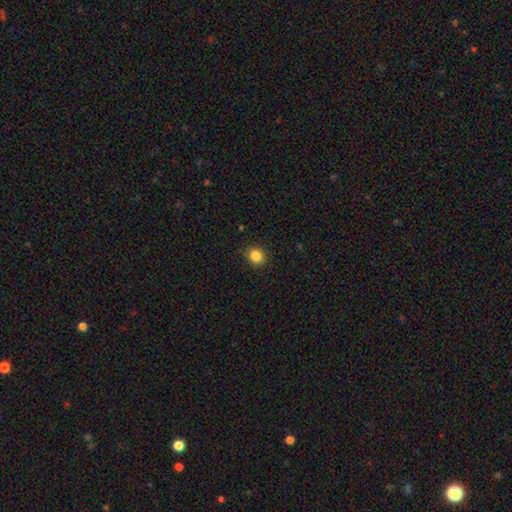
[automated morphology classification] Smooth or featured: smooth — 85% (star or artifact — 11%)
How rounded: round — 74% (in between — 25%)
Merging: none — 89% (minor disturbance — 8%)